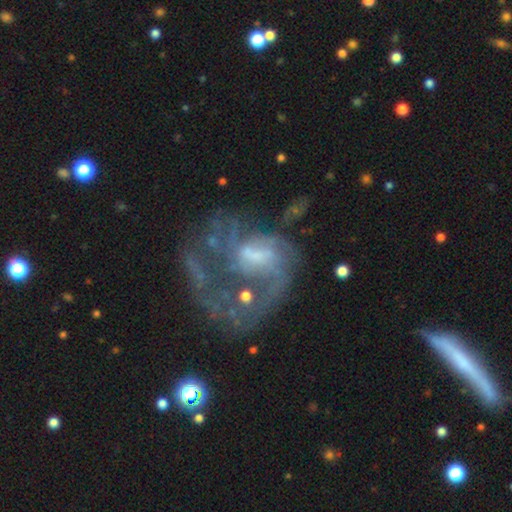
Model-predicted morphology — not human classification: Overall: featured or disk (76%). Edge-on disk: no (97%). Bar: weak (43%; no 42%). Spiral arms: yes (70%). Spiral arm count: can't tell (34%; 1 27%). Spiral winding: loose (40%; medium 38%). Bulge size: moderate (35%; small 30%). Merging: major disturbance (49%; none 25%).